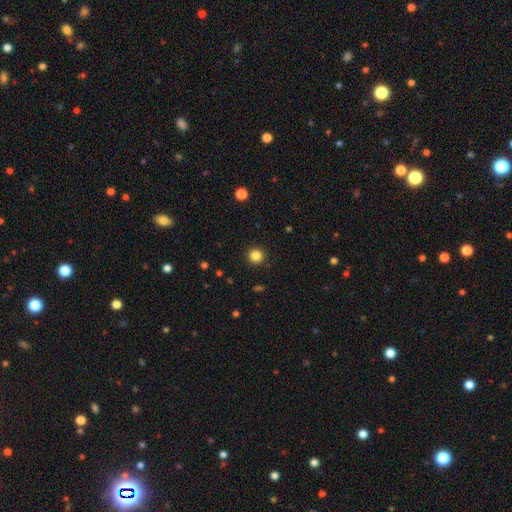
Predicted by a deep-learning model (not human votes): This is clearly a smooth galaxy (84%). How rounded: clearly round (95%). Merging: clearly none (93%).